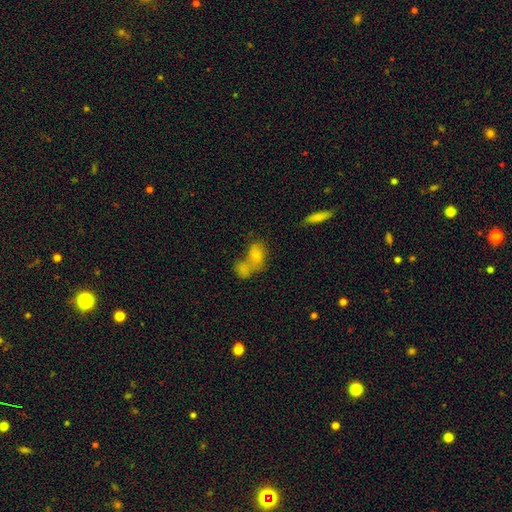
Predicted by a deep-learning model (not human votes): Q: Smooth or featured?
A: smooth (64%); runner-up: featured or disk (22%)
Q: How rounded?
A: in between (69%); runner-up: round (26%)
Q: Merging?
A: merger (54%); runner-up: none (31%)